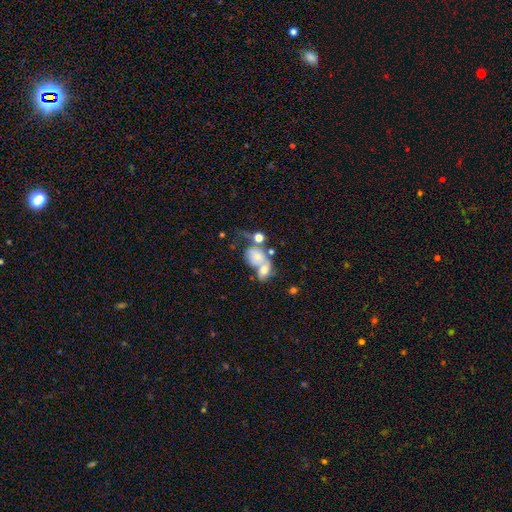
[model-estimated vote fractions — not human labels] A smooth galaxy with no disk features (60%) that is in between round and cigar-shaped (61%).

Vote fractions:
- Smooth or featured? smooth: 60% / featured or disk: 30% / star or artifact: 10%
- How rounded? in between: 61% / round: 37% / cigar-shaped: 2%
- Merging? merger: 62% / none: 15% / major disturbance: 13% / minor disturbance: 9%